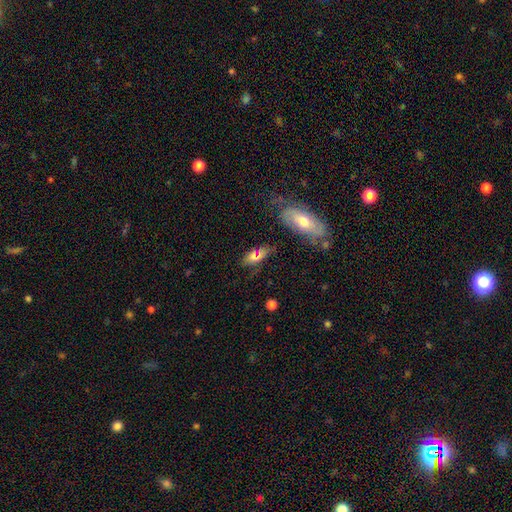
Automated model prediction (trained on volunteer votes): Smooth or featured?
  - smooth: 66% *
  - featured or disk: 18%
  - star or artifact: 16%
How rounded?
  - in between: 78% *
  - cigar-shaped: 17%
  - round: 6%
Merging?
  - none: 70% *
  - minor disturbance: 18%
  - major disturbance: 7%
  - merger: 6%